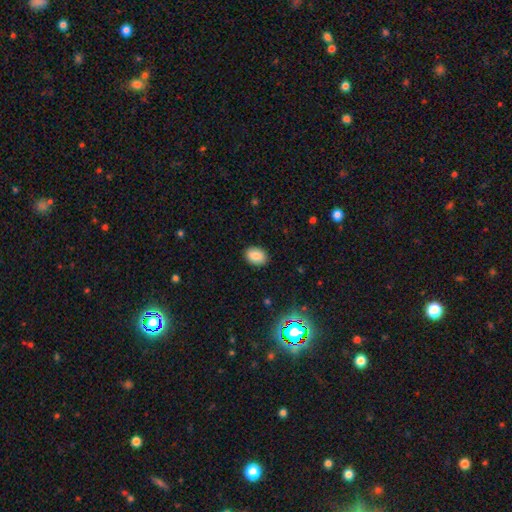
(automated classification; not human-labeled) Morphology: type=smooth (85%); roundness=in between (76%); merging=none (89%).